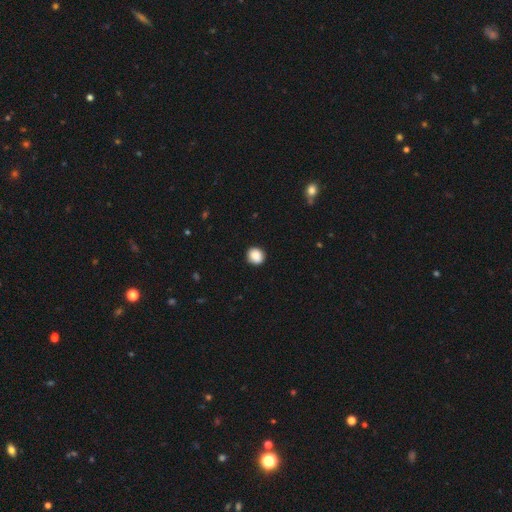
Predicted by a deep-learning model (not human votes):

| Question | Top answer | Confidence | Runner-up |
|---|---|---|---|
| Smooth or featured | smooth | 88% | star or artifact (8%) |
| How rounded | round | 84% | in between (15%) |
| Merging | none | 90% | minor disturbance (8%) |